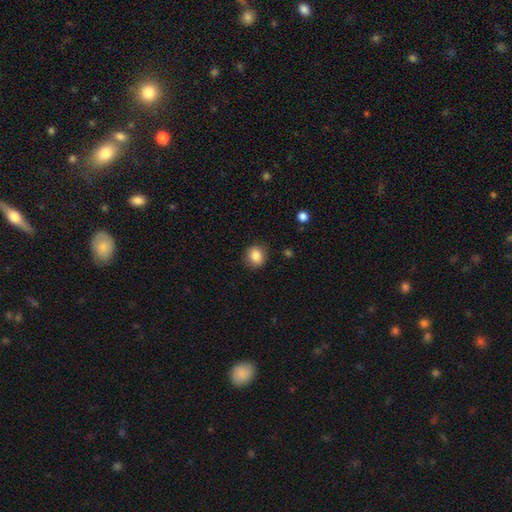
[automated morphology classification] Smooth or featured: smooth — 85% (star or artifact — 9%)
How rounded: round — 77% (in between — 22%)
Merging: none — 86% (minor disturbance — 10%)